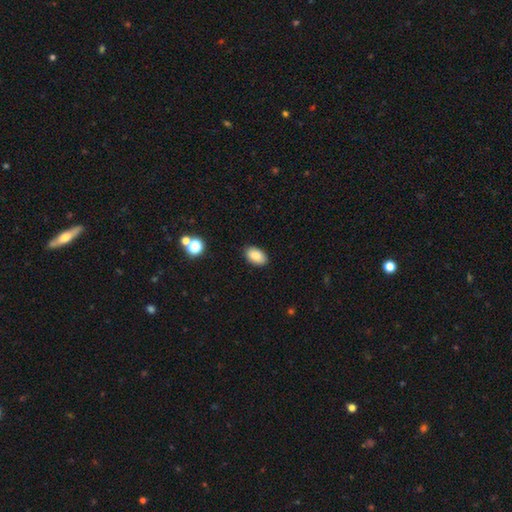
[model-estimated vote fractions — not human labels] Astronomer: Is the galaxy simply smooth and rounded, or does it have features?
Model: smooth — 87%.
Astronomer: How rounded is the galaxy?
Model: in between — 92%.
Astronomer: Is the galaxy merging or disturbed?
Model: none — 88%.